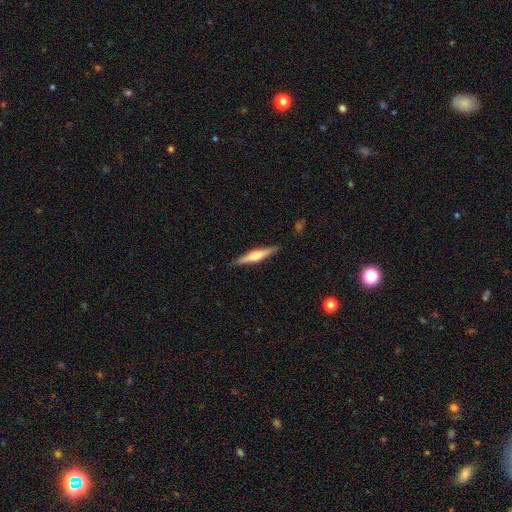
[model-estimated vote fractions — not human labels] smooth-or-featured: featured or disk: 64% | smooth: 31% | star or artifact: 6%
  disk-edge-on: yes: 98% | no: 2%
    edge-on-bulge: rounded: 79% | boxy: 15% | none: 6%
  merging: none: 90% | minor disturbance: 8% | major disturbance: 2% | merger: 1%